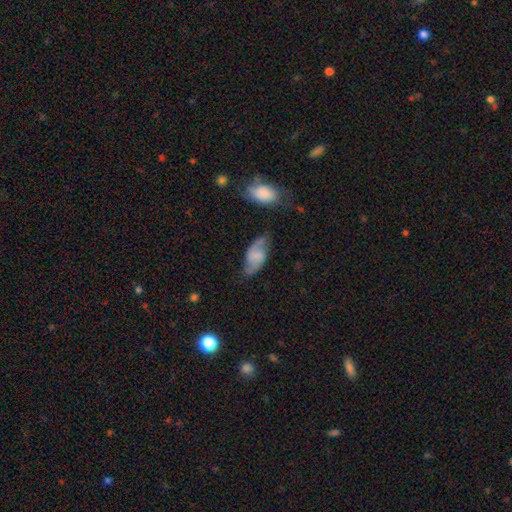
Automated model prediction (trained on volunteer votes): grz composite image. It shows a featured or disk galaxy (53%). Merging: none (62%).